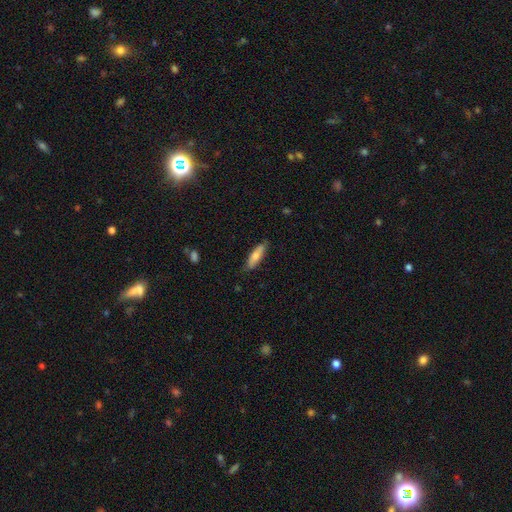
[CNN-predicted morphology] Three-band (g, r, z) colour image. It shows a smooth galaxy with no disk features (71%) that is cigar-shaped (61%). Merging: none (80%).